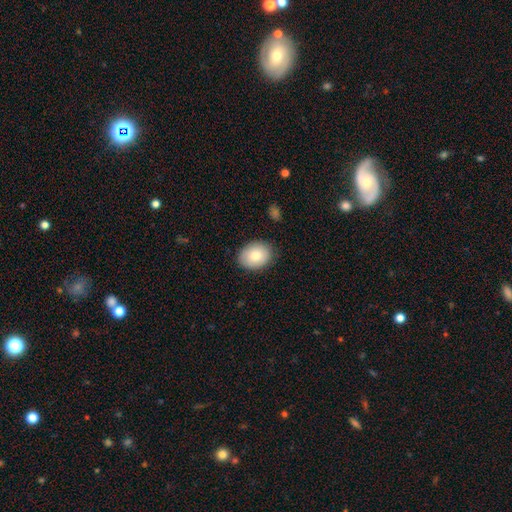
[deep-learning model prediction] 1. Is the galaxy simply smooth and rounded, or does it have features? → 82% smooth, 11% featured or disk, 7% star or artifact.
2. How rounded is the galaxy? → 64% in between, 35% round, 1% cigar-shaped.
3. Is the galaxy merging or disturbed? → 85% none, 11% minor disturbance, 2% major disturbance, 1% merger.